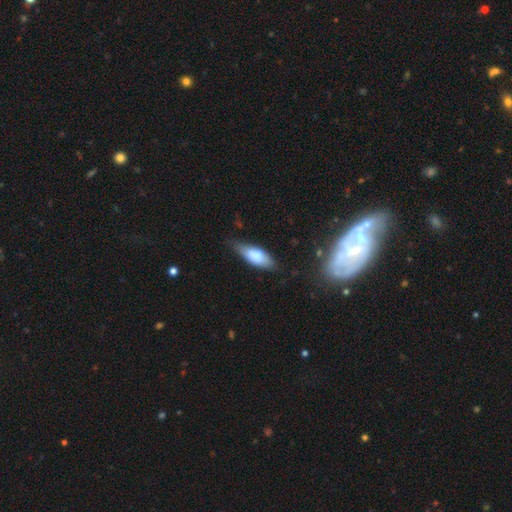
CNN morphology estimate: Smooth or featured? Predicted: smooth (p=0.77). How rounded? Predicted: in between (p=0.72). Merging? Predicted: none (p=0.63).